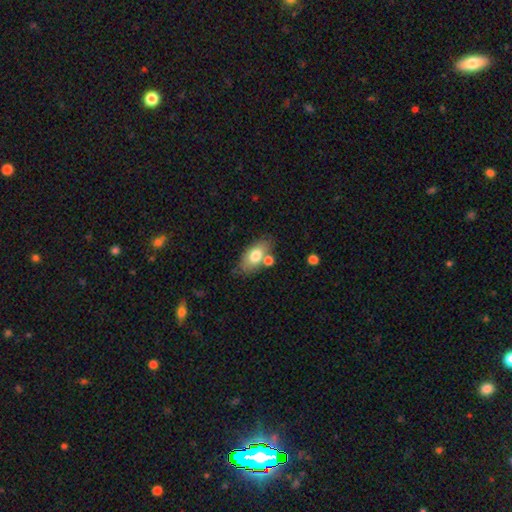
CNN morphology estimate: type=smooth (73%); roundness=in between (89%); merging=none (64%).